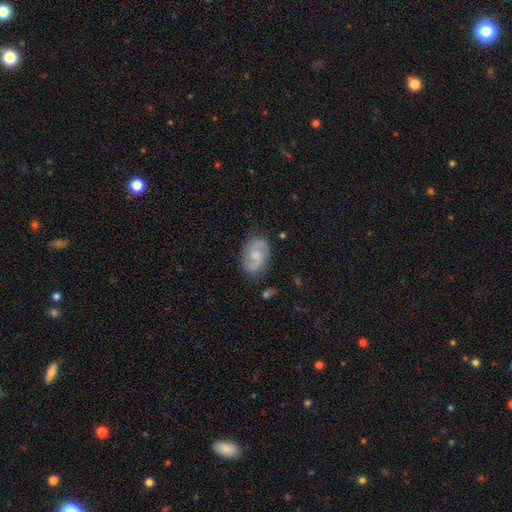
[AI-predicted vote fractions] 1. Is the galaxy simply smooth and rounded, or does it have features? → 72% featured or disk, 22% smooth, 6% star or artifact.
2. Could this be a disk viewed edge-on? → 97% no, 3% yes.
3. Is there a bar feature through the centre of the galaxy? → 52% no, 42% weak, 6% strong.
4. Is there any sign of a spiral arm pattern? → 93% yes, 7% no.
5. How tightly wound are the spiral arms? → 48% medium, 31% loose, 21% tight.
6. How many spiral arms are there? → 89% 2, 6% can't tell, 2% 1, 1% 3, 1% 4, 1% more than 4.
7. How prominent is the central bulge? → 44% small, 43% moderate, 9% none, 3% large, 1% dominant.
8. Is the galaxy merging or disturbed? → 80% none, 14% minor disturbance, 4% major disturbance, 2% merger.